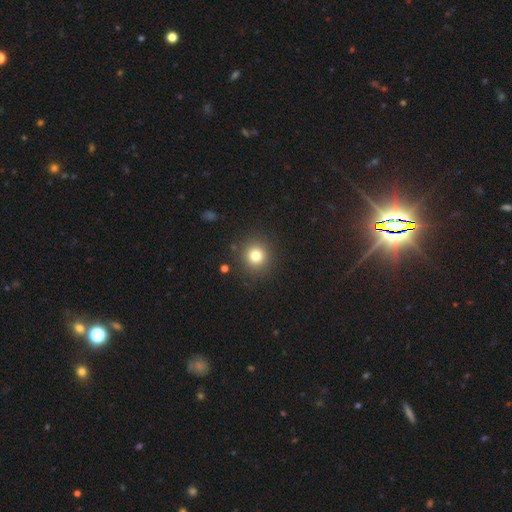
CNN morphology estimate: The model was most divided on "smooth or featured": smooth: 80%, star or artifact: 13%, featured or disk: 7%. More confident: how rounded — round (92%); merging — none (89%).